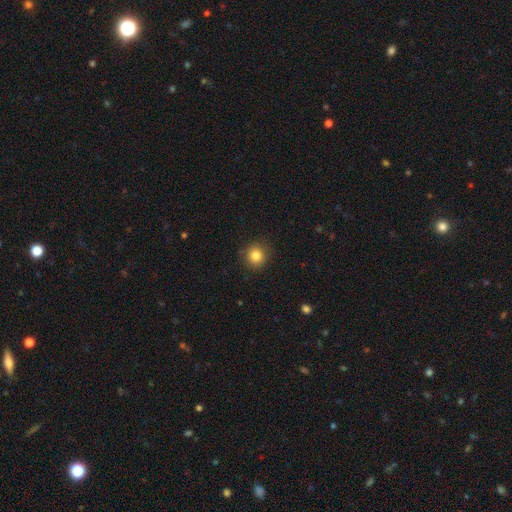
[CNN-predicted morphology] type=smooth (84%); roundness=round (90%); merging=none (88%).